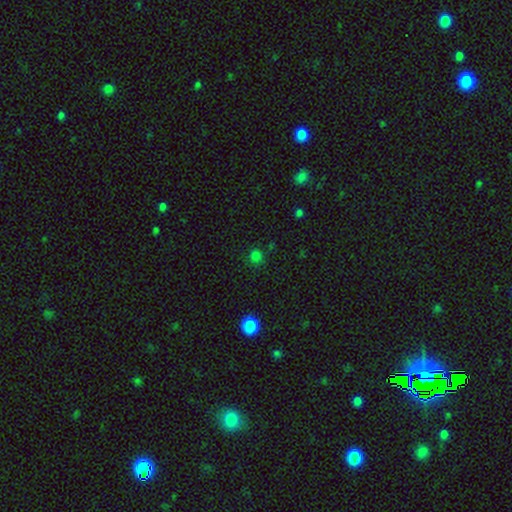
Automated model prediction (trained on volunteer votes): A smooth galaxy with no disk features (73%) that is round (87%). Merging: none (80%).